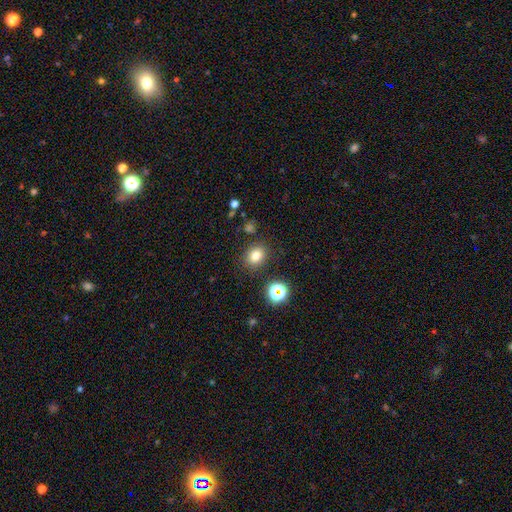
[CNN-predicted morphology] Smooth or featured: smooth — 78% (star or artifact — 15%)
How rounded: round — 62% (in between — 37%)
Merging: none — 84% (minor disturbance — 9%)